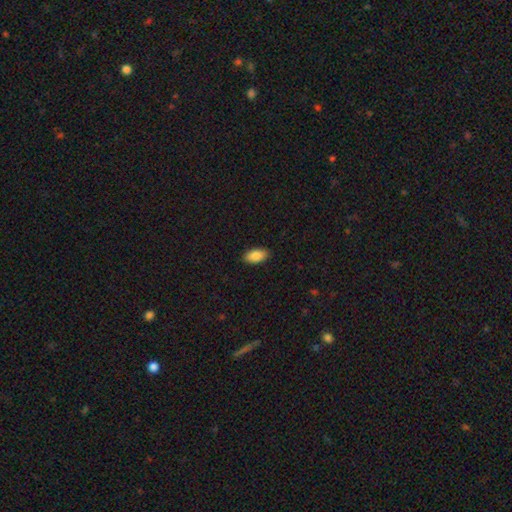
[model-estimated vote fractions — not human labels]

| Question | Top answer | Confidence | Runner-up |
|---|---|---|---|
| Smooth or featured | smooth | 88% | star or artifact (7%) |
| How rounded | in between | 93% | cigar-shaped (4%) |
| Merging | none | 90% | minor disturbance (8%) |